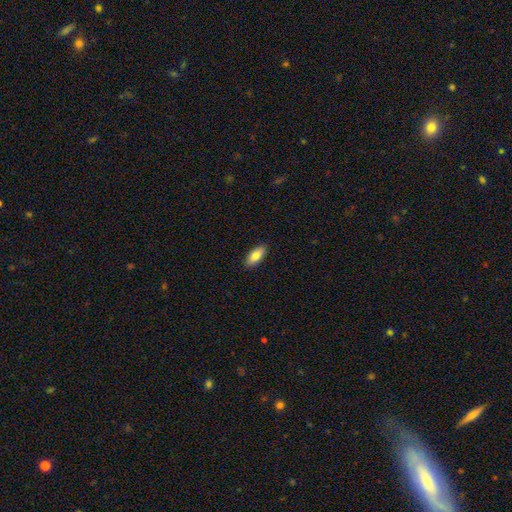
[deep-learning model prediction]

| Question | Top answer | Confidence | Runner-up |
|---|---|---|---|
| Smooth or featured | smooth | 82% | featured or disk (12%) |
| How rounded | in between | 89% | cigar-shaped (9%) |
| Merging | none | 89% | minor disturbance (8%) |